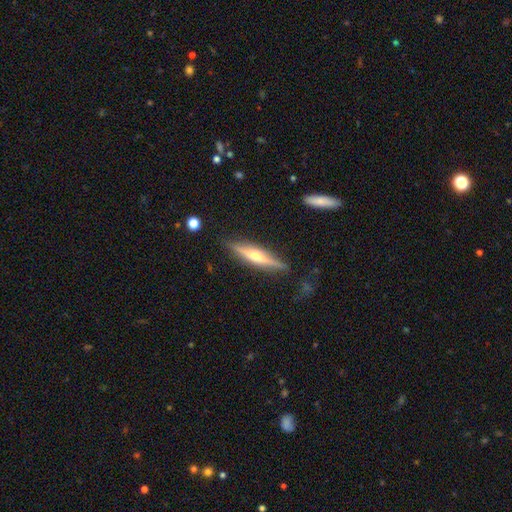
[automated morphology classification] Smooth or featured?
  - featured or disk: 68% *
  - smooth: 26%
  - star or artifact: 6%
Edge-on disk?
  - yes: 96% *
  - no: 4%
Edge-on bulge?
  - rounded: 86% *
  - none: 8%
  - boxy: 6%
Merging?
  - none: 86% *
  - minor disturbance: 10%
  - major disturbance: 2%
  - merger: 1%